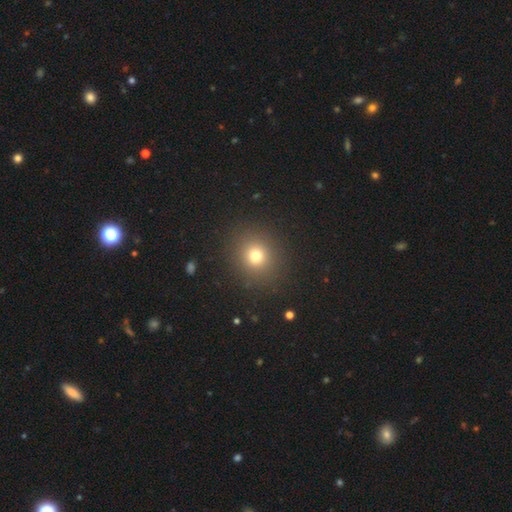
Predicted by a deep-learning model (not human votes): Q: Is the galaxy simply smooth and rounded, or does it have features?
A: smooth — 74%.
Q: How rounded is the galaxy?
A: round — 86%.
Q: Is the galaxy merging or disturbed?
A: none — 89%.